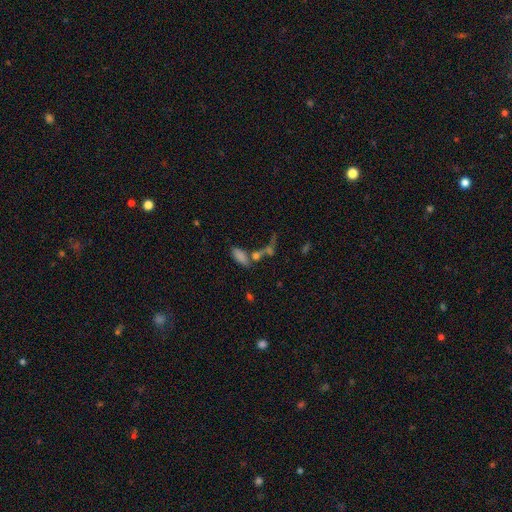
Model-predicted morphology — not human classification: This is likely a smooth galaxy (60%). How rounded: likely in between (68%). Merging: marginally none (41%).